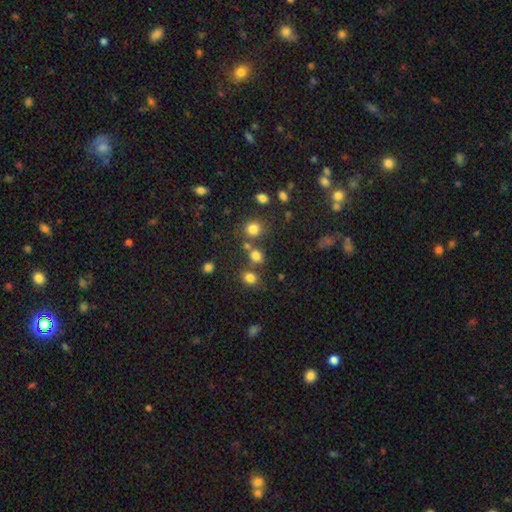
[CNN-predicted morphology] Smooth or featured: smooth — 77% (star or artifact — 17%)
How rounded: round — 68% (in between — 30%)
Merging: none — 64% (merger — 21%)